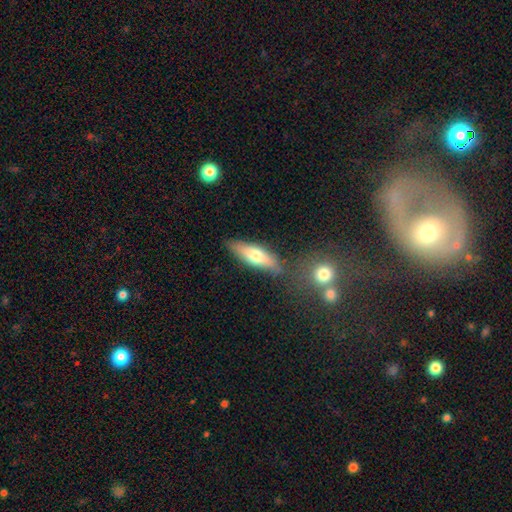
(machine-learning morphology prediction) type=smooth (63%); roundness=cigar-shaped (49%); merging=none (72%).